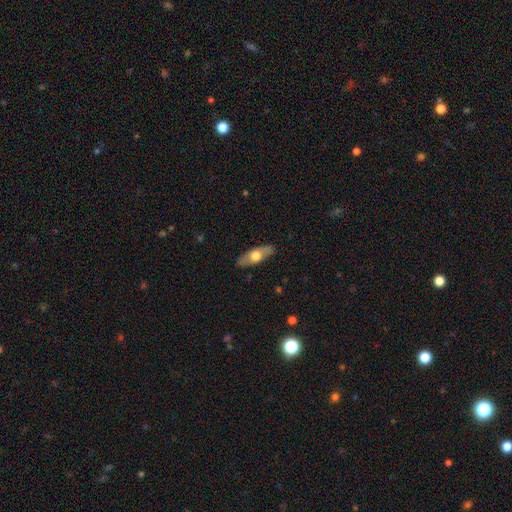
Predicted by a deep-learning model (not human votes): The model was most divided on "smooth or featured": smooth: 54%, featured or disk: 40%, star or artifact: 5%. More confident: merging — none (86%); how rounded — in between (68%).